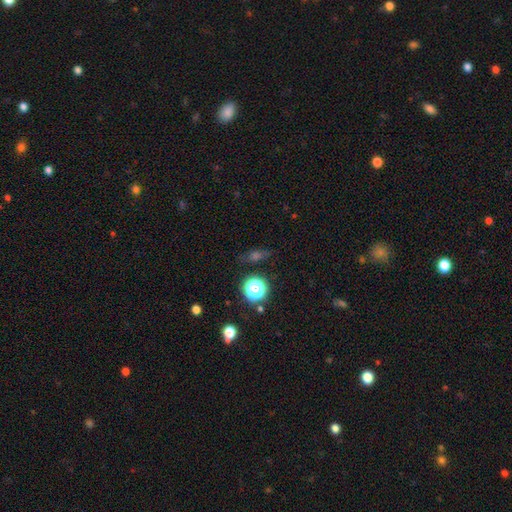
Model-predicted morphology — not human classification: Smooth or featured? Predicted: star or artifact (p=0.45).